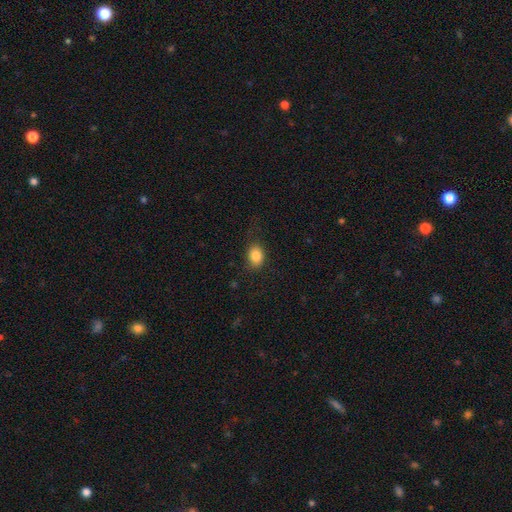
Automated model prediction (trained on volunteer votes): A smooth galaxy with no disk features (84%) that is in between round and cigar-shaped (65%).

Vote fractions:
- Smooth or featured? smooth: 84% / star or artifact: 9% / featured or disk: 7%
- How rounded? in between: 65% / round: 33% / cigar-shaped: 1%
- Merging? none: 74% / minor disturbance: 18% / major disturbance: 7% / merger: 1%